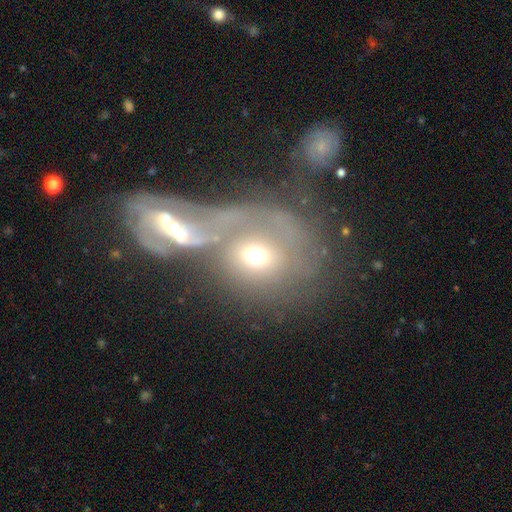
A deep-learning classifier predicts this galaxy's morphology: Overall: smooth (48%; featured or disk 39%). Merging: merger (55%; major disturbance 21%).